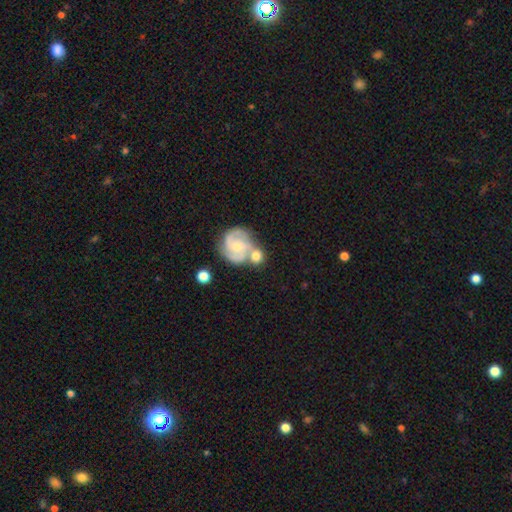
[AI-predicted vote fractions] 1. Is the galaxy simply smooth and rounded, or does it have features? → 69% featured or disk, 25% smooth, 6% star or artifact.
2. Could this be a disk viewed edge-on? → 97% no, 3% yes.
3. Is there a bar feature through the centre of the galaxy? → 60% no, 33% weak, 7% strong.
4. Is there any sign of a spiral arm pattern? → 94% yes, 6% no.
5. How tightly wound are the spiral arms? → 47% medium, 43% tight, 11% loose.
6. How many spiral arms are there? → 42% 3, 36% 2, 10% can't tell, 5% 4, 3% 1, 3% more than 4.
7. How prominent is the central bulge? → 55% small, 36% moderate, 4% none, 3% large, 1% dominant.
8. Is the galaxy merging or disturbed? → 42% none, 39% merger, 13% minor disturbance, 6% major disturbance.